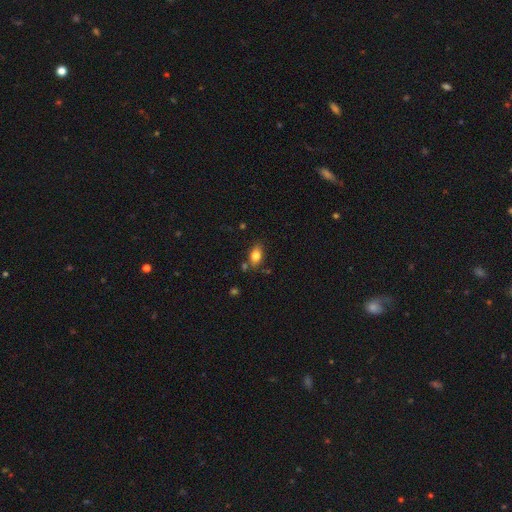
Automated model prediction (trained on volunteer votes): This is clearly a smooth galaxy (81%). How rounded: clearly in between (85%). Merging: likely none (74%).